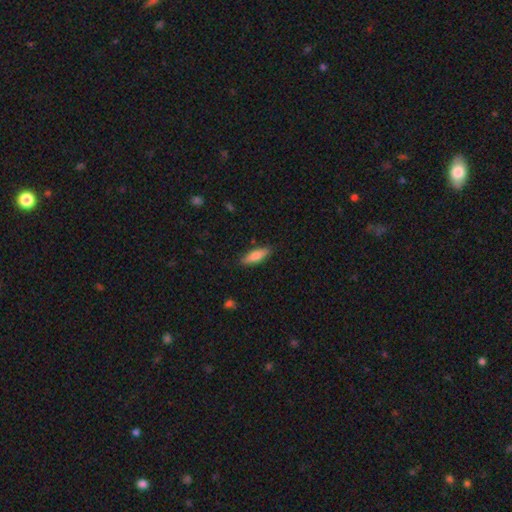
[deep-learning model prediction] smooth-or-featured: smooth: 75% | featured or disk: 19% | star or artifact: 6%
  how-rounded: cigar-shaped: 49% (tied) | in between: 49% (tied) | round: 2%
  merging: none: 86% | minor disturbance: 10% | major disturbance: 2% | merger: 1%